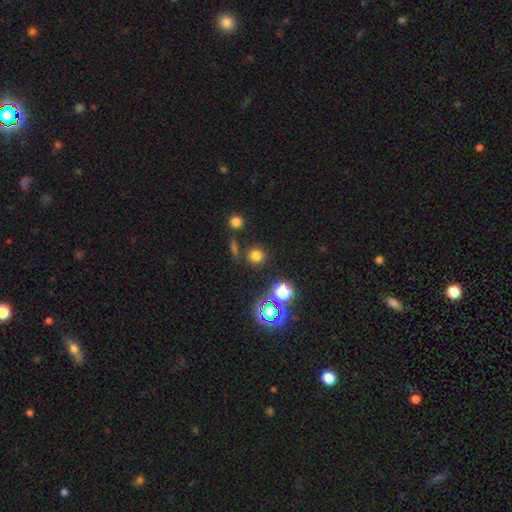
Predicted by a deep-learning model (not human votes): Smooth or featured?
  - smooth: 72% *
  - star or artifact: 22%
  - featured or disk: 6%
How rounded?
  - round: 91% *
  - in between: 8%
  - cigar-shaped: 1%
Merging?
  - none: 83% *
  - minor disturbance: 8%
  - merger: 6%
  - major disturbance: 3%